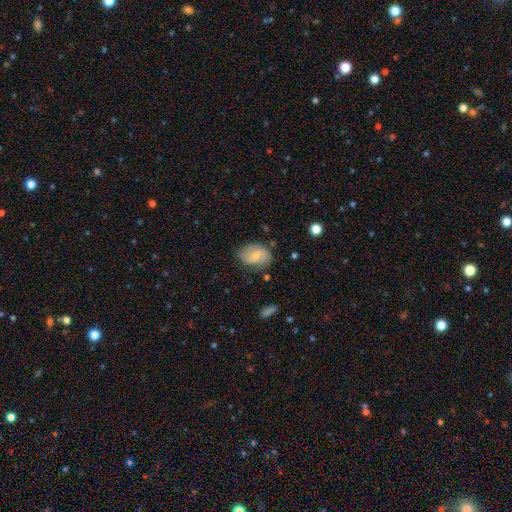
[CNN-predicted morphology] Smooth or featured? smooth (46%, tied with featured or disk)
Merging? none (64%)